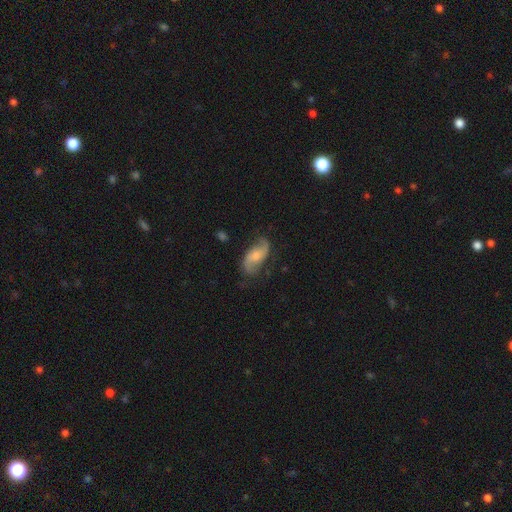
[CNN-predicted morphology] Overall: featured or disk (69%). Edge-on disk: no (95%). Bar: no (61%; weak 32%). Spiral arms: yes (93%). Spiral arm count: 2 (89%). Spiral winding: loose (59%; medium 31%). Bulge size: moderate (50%; small 39%). Merging: none (73%).